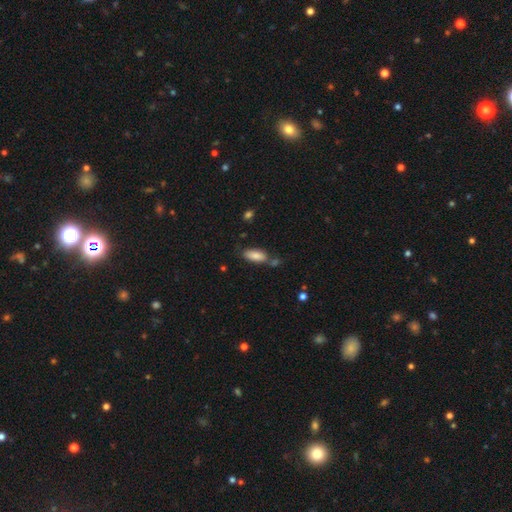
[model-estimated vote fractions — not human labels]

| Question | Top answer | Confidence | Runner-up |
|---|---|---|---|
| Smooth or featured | smooth | 82% | featured or disk (11%) |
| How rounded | in between | 81% | cigar-shaped (17%) |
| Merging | none | 65% | minor disturbance (16%) |